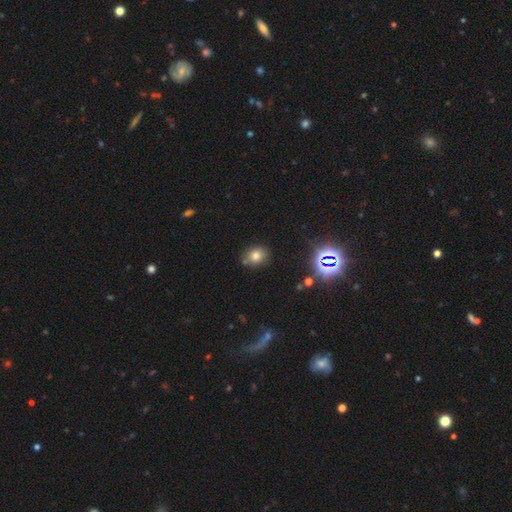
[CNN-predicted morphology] Smooth or featured?
  - smooth: 72% *
  - star or artifact: 18%
  - featured or disk: 10%
How rounded?
  - round: 54% *
  - in between: 44%
  - cigar-shaped: 1%
Merging?
  - none: 80% *
  - minor disturbance: 12%
  - merger: 5%
  - major disturbance: 3%